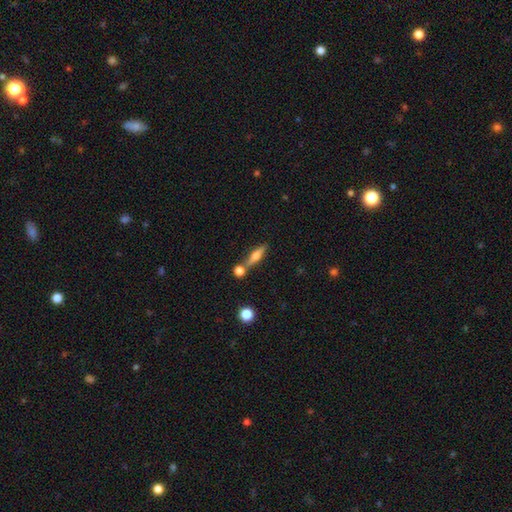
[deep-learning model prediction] Morphology: type=smooth (47%); merging=none (68%).